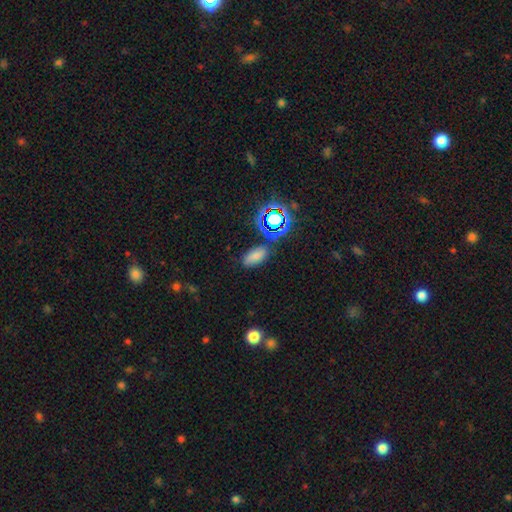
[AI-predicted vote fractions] Overall: smooth (67%). How rounded: in between (90%). Merging: none (79%).